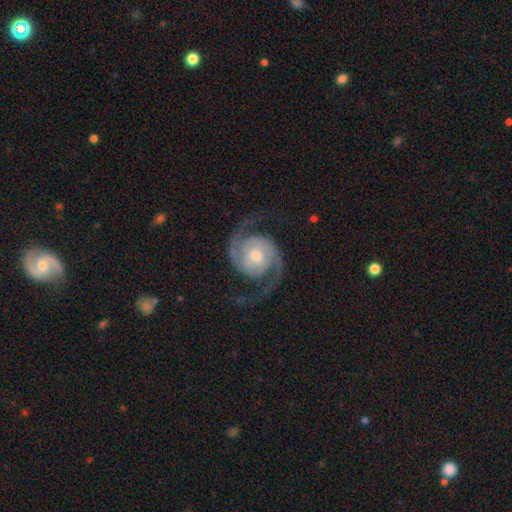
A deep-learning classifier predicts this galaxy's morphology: smooth-or-featured: featured or disk: 93% | star or artifact: 4% | smooth: 3%
  disk-edge-on: no: 98% | yes: 2%
    bar: no: 64% | weak: 27% | strong: 8%
    has-spiral-arms: yes: 99% | no: 1%
      spiral-winding: medium: 55% | tight: 26% | loose: 19%
      spiral-arm-count: 2: 95% | can't tell: 1% | 3: 1% | 1: 1% | 4: 1% | more than 4: 1%
    bulge-size: moderate: 56% | small: 34% | large: 6% | none: 2% | dominant: 1%
  merging: none: 82% | minor disturbance: 11% | major disturbance: 6% | merger: 1%